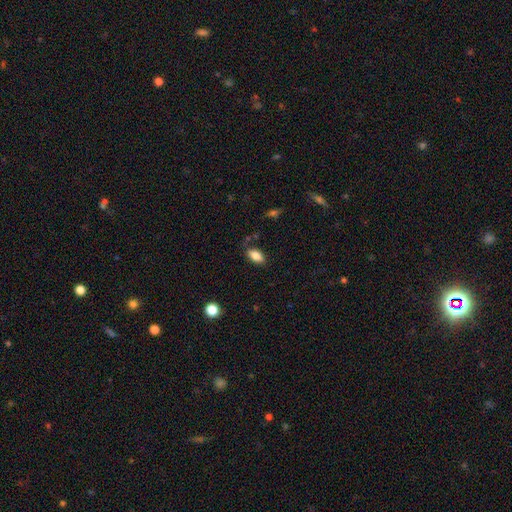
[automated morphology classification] Smooth or featured: smooth — 85% (star or artifact — 8%)
How rounded: in between — 91% (round — 5%)
Merging: none — 82% (minor disturbance — 13%)